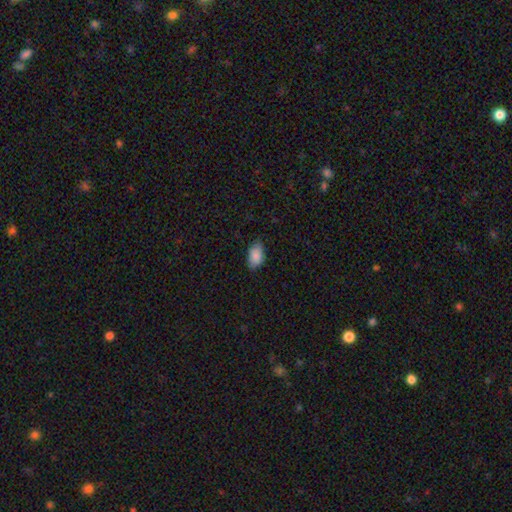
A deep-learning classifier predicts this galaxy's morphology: Smooth or featured: smooth — 88% (star or artifact — 7%)
How rounded: in between — 93% (round — 5%)
Merging: none — 80% (minor disturbance — 17%)